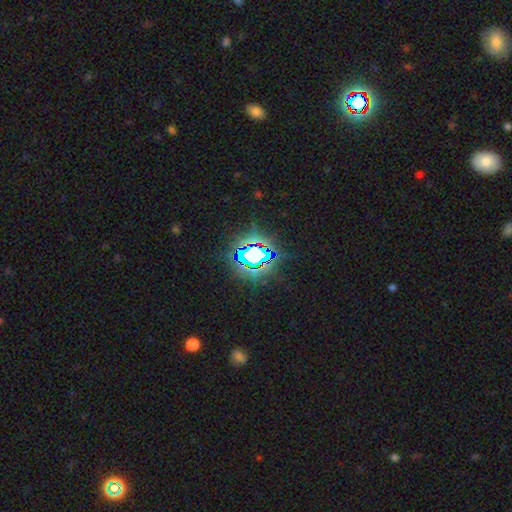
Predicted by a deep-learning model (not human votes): This appears to be a star or artifact, not a galaxy (73%).